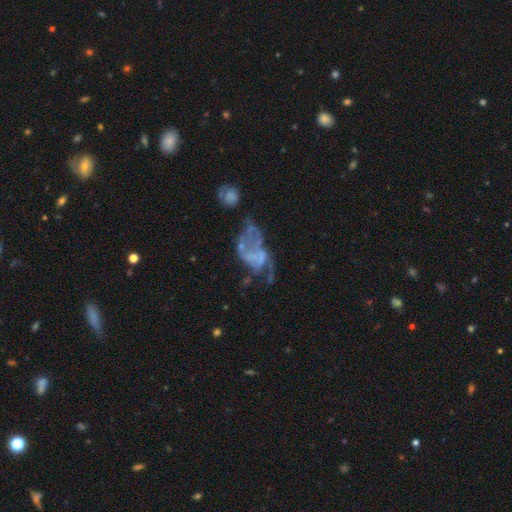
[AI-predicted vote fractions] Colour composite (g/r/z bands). It shows a featured or disk galaxy (63%) with no bar (82%), no spiral arms (74%) and no central bulge (76%). Merging: major disturbance (45%).